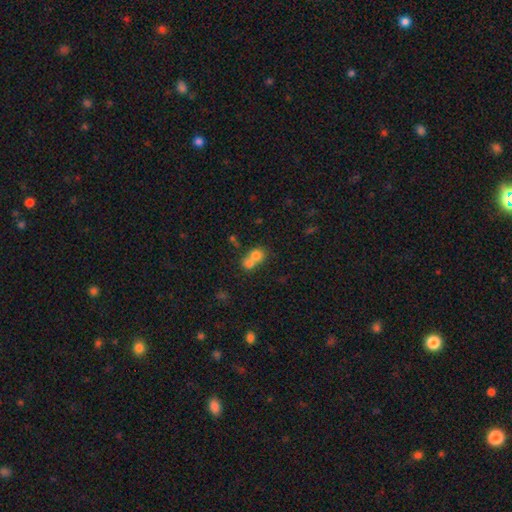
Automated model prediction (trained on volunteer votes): A smooth galaxy with no disk features (75%) that is round (73%). Merging: merger (64%).